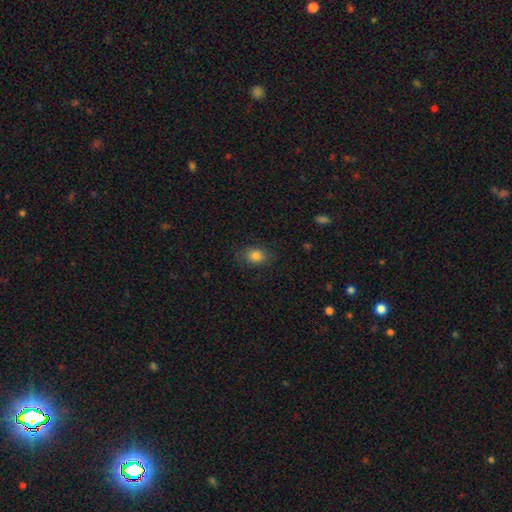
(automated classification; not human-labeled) Smooth or featured? Predicted: smooth (p=0.82). How rounded? Predicted: in between (p=0.60). Merging? Predicted: none (p=0.79).